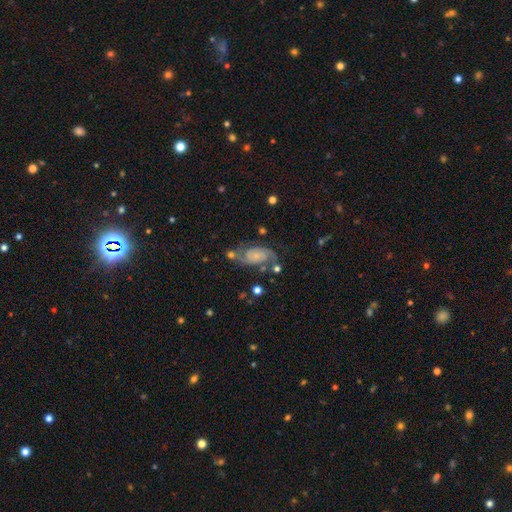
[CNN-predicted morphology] This is clearly a featured or disk galaxy (80%). It is clearly not viewed edge-on (97%). Bar: likely no (67%). Spiral arm pattern: clearly yes (96%). Spiral arm count: clearly 2 (89%). Spiral winding: possibly medium (48%). Central bulge: likely small (64%). Merging: likely none (62%).